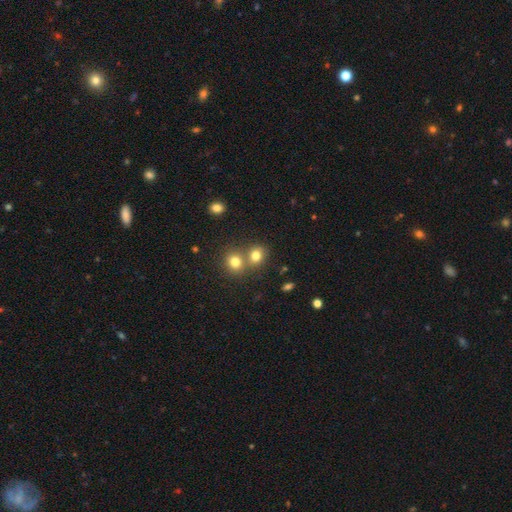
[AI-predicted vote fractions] This is likely a smooth galaxy (78%). How rounded: likely round (72%). Merging: possibly none (50%).